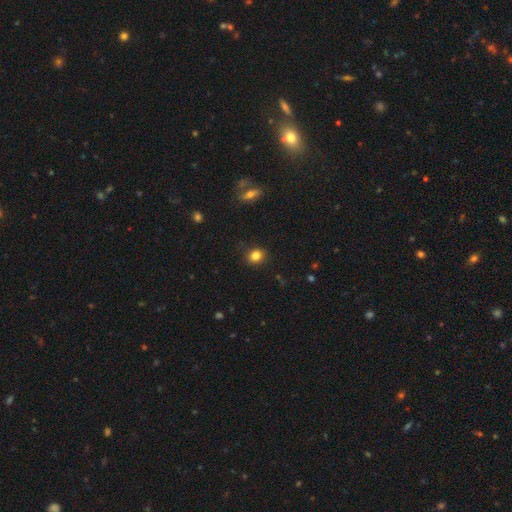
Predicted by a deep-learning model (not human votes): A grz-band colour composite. It shows a smooth galaxy with no disk features (84%) that is round (67%). Merging: none (86%).